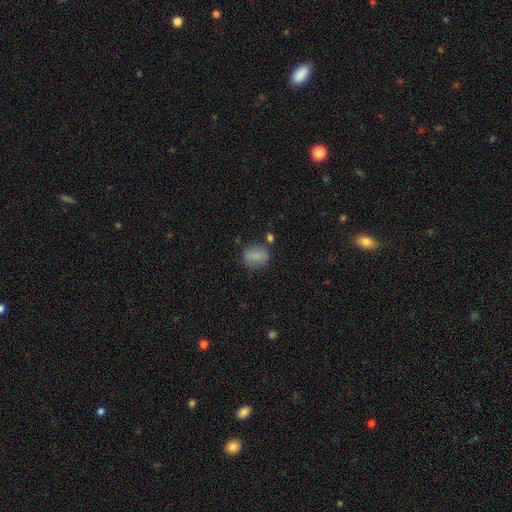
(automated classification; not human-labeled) A smooth galaxy with no disk features (81%) that is in between round and cigar-shaped (57%). Merging: none (71%).